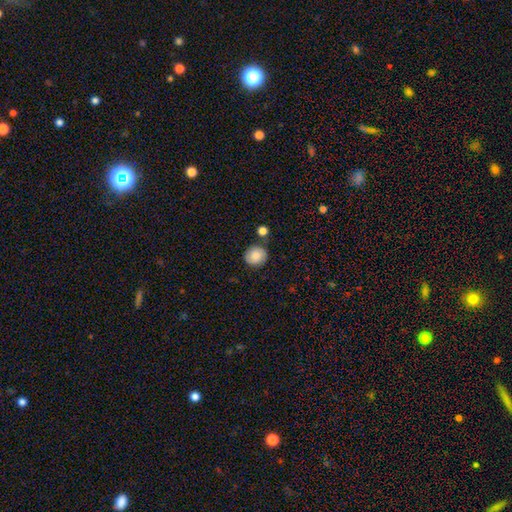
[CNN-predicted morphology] The model was most divided on "merging": none: 78%, minor disturbance: 12%, merger: 7%, major disturbance: 3%. More confident: how rounded — round (88%); smooth or featured — smooth (80%).